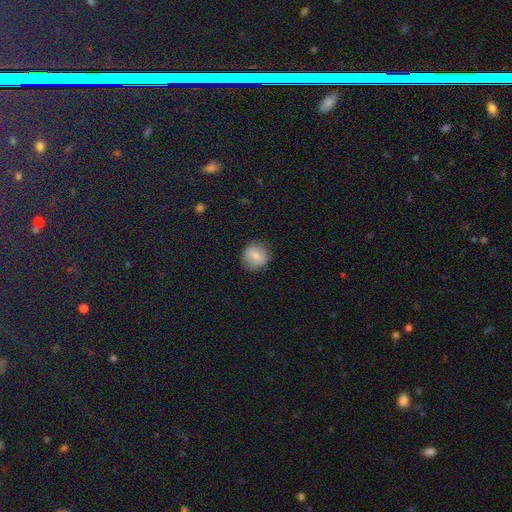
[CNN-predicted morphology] A smooth galaxy with no disk features (73%) that is round (90%). Merging: none (86%).